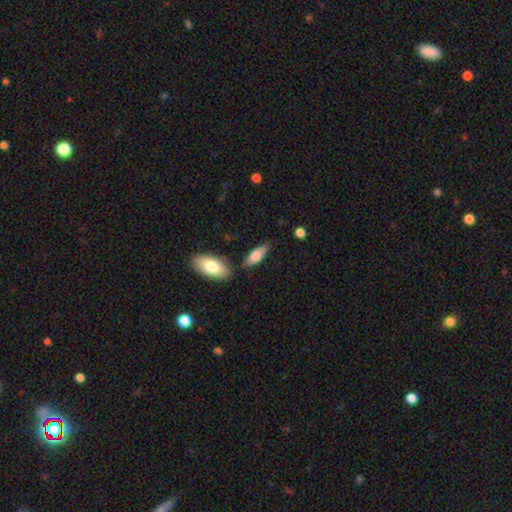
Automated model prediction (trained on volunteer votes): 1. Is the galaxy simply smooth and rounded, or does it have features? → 71% smooth, 23% featured or disk, 6% star or artifact.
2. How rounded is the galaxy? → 68% in between, 30% cigar-shaped, 3% round.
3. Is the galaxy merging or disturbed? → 70% none, 17% minor disturbance, 9% merger, 4% major disturbance.